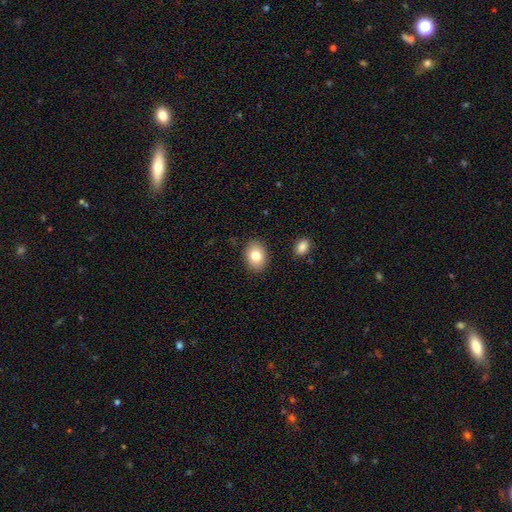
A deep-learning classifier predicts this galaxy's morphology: This is clearly a smooth galaxy (82%). How rounded: likely in between (70%). Merging: clearly none (88%).